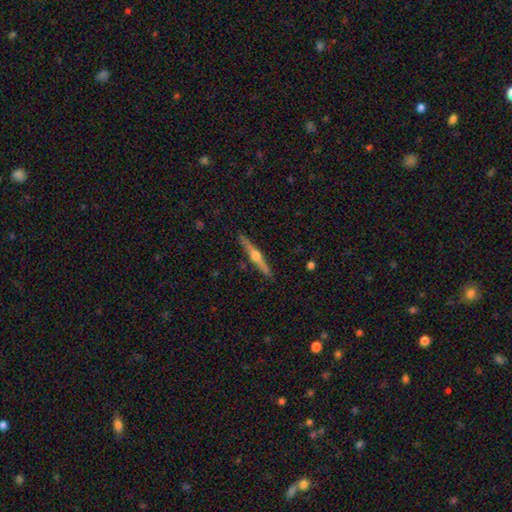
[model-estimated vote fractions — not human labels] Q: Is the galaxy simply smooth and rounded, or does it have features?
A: featured or disk — 79%.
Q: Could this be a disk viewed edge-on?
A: yes — 98%.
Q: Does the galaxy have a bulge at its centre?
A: rounded — 95%.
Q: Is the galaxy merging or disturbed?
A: none — 91%.